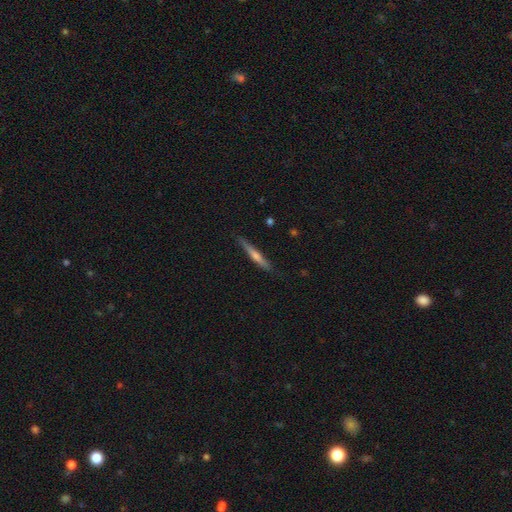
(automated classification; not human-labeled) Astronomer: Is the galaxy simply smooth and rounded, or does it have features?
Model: featured or disk — 58% (runner-up: smooth, 37%).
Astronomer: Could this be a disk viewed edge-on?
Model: yes — 97%.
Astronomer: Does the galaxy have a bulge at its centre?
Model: rounded — 67%.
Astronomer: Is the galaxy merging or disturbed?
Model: none — 86%.